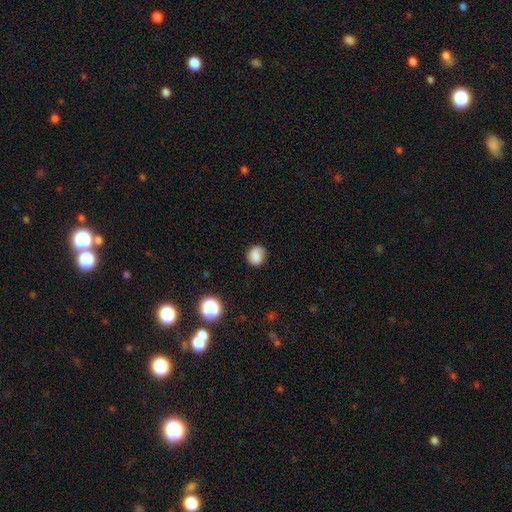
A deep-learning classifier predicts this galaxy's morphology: Smooth or featured? Predicted: smooth (p=0.81). How rounded? Predicted: round (p=0.72). Merging? Predicted: none (p=0.75).